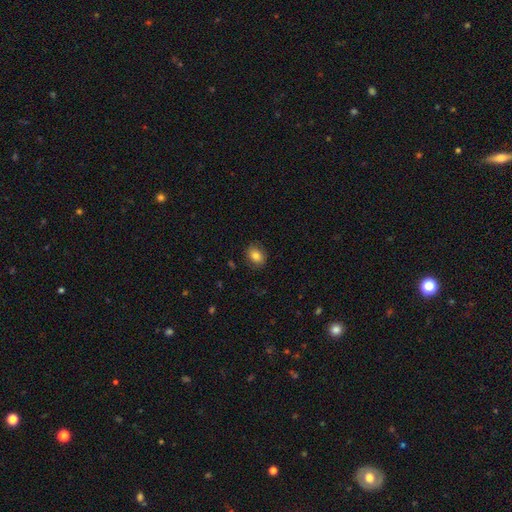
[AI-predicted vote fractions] Smooth or featured? smooth (81%)
How rounded? in between (63%)
Merging? none (85%)